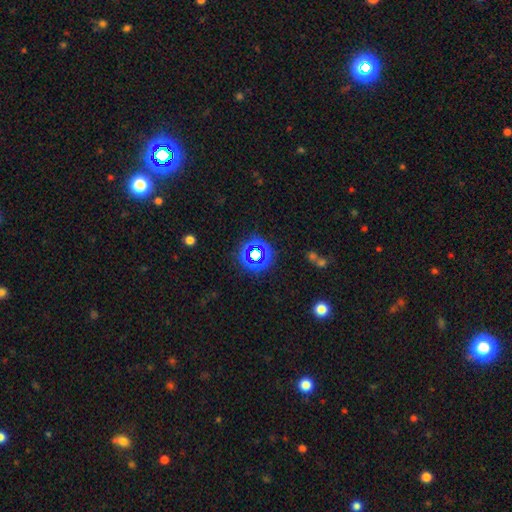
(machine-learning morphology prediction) Smooth or featured? Predicted: star or artifact (p=0.62).